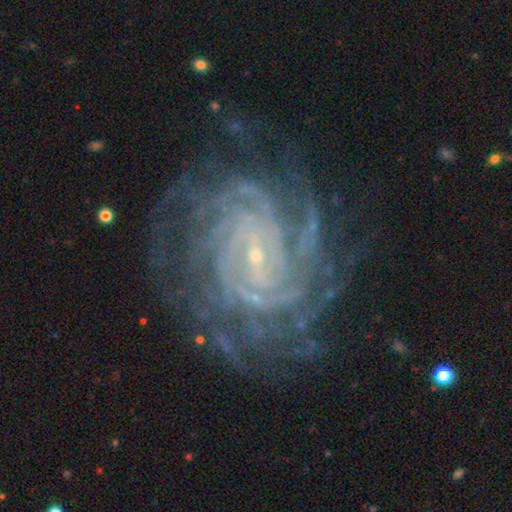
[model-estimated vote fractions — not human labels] The model was most divided on "bar": weak: 39%, no: 38%, strong: 22%. Remaining: spiral arms — yes (98%); edge-on disk — no (98%); smooth or featured — featured or disk (91%); bulge size — small (87%); spiral winding — tight (79%); merging — none (78%); spiral arm count — more than 4 (26%).